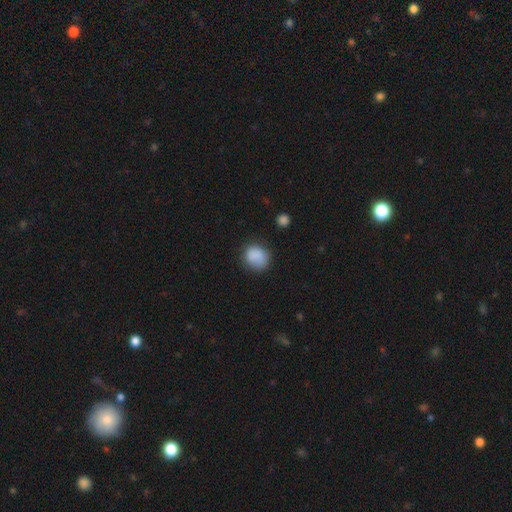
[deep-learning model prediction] A smooth galaxy with no disk features (84%) that is round (74%). Merging: none (69%).